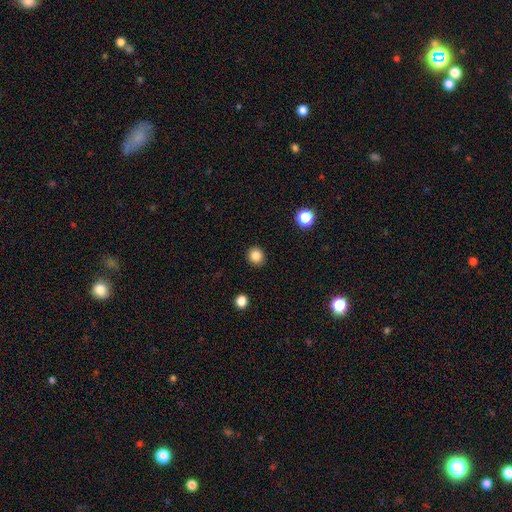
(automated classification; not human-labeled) Morphology: type=smooth (85%); roundness=round (84%); merging=none (91%).